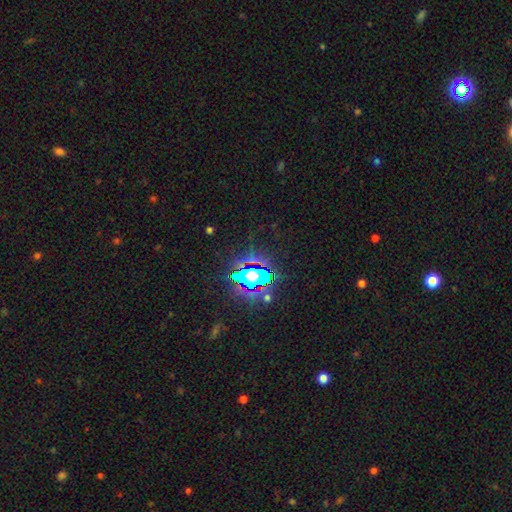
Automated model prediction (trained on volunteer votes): Smooth or featured?
  - star or artifact: 75% *
  - smooth: 14%
  - featured or disk: 11%